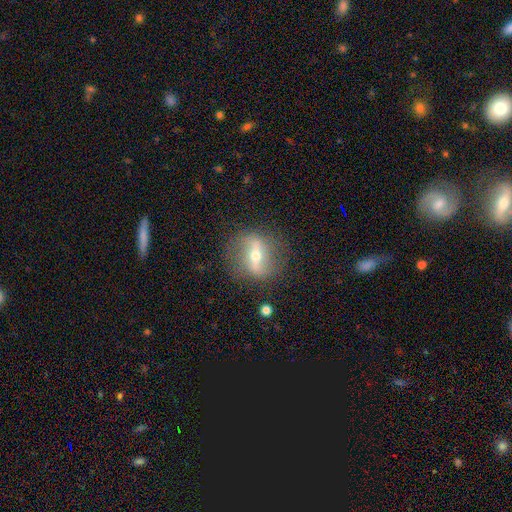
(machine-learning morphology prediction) type=featured or disk (73%); edge-on=no (78%); bar=strong (67%); spiral arms=yes (60%); bulge=moderate (62%); merging=none (80%).